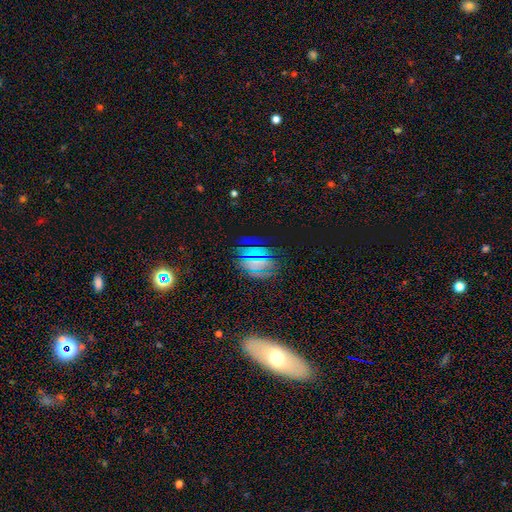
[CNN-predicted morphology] The model was most divided on "smooth or featured": smooth: 41%, star or artifact: 38%, featured or disk: 21%. More confident: merging — none (77%).